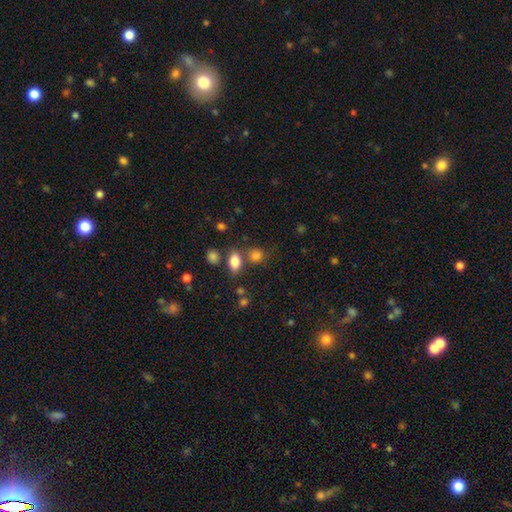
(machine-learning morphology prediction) Q: Smooth or featured?
A: smooth (82%); runner-up: star or artifact (12%)
Q: How rounded?
A: in between (53%); runner-up: round (46%)
Q: Merging?
A: none (62%); runner-up: merger (20%)